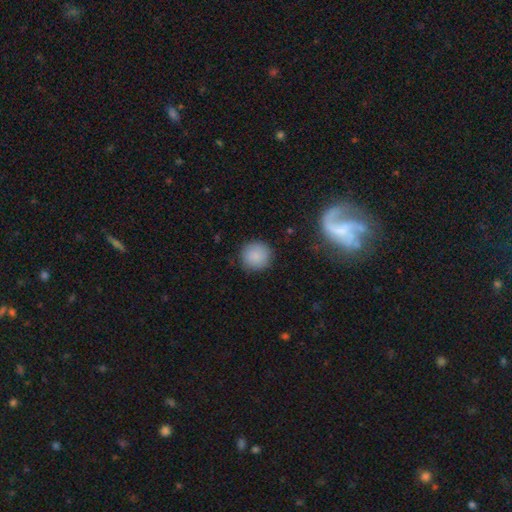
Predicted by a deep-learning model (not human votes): smooth-or-featured: smooth: 86% | star or artifact: 9% | featured or disk: 5%
  how-rounded: round: 94% | in between: 5% | cigar-shaped: 1%
  merging: none: 88% | minor disturbance: 8% | major disturbance: 3% | merger: 1%